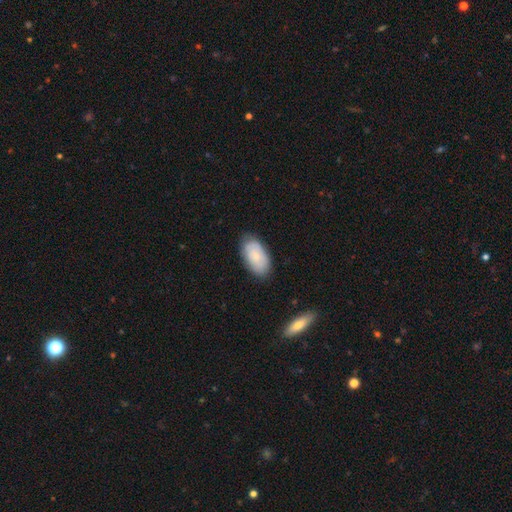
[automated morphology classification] smooth 68%, featured or disk 25%, star or artifact 6%. Down the decision tree: how rounded — in between (94%); merging — none (79%).